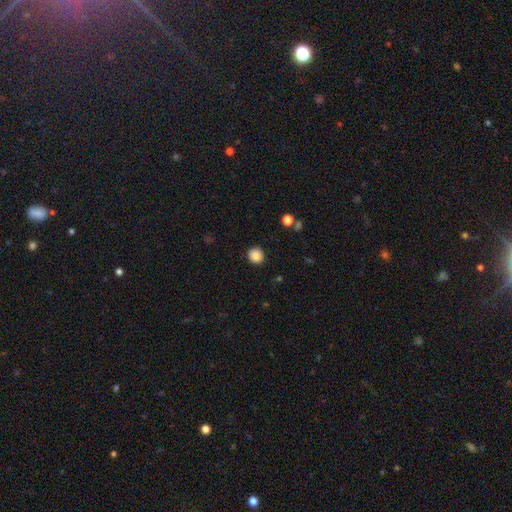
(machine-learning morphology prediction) This is clearly a smooth galaxy (87%). How rounded: clearly round (88%). Merging: clearly none (90%).